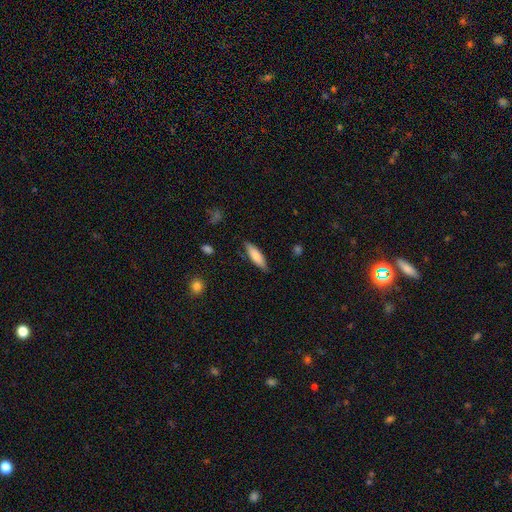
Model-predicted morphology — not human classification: The model was most divided on "how rounded": cigar-shaped: 57%, in between: 41%, round: 2%. More confident: merging — none (83%); smooth or featured — smooth (80%).